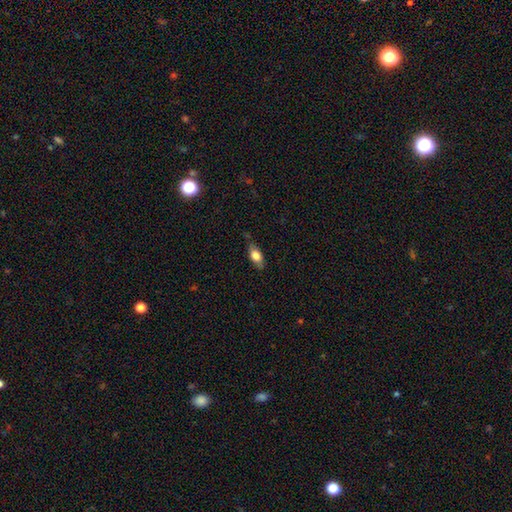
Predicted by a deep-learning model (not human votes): Morphology: type=smooth (74%); roundness=in between (83%); merging=none (73%).